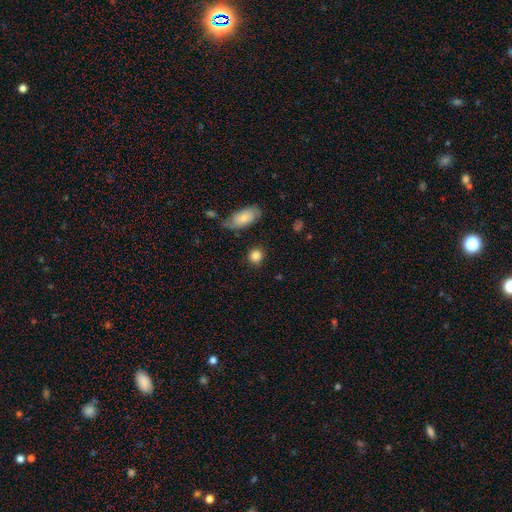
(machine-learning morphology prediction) smooth-or-featured: smooth: 83% | star or artifact: 8% | featured or disk: 8%
  how-rounded: round: 80% | in between: 18% | cigar-shaped: 2%
  merging: none: 79% | minor disturbance: 12% | merger: 4% | major disturbance: 4%